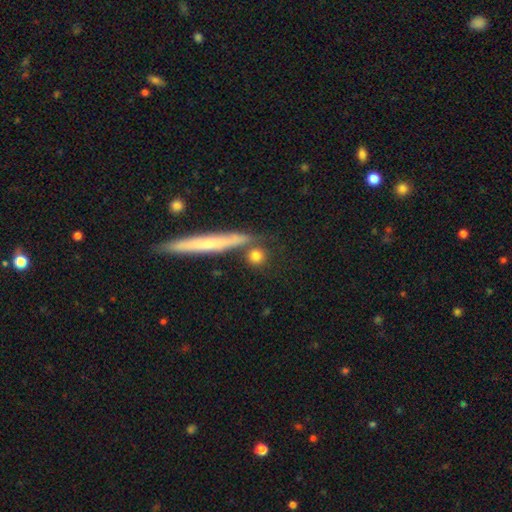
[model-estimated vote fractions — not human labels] Q: Smooth or featured?
A: smooth (79%); runner-up: featured or disk (12%)
Q: How rounded?
A: round (77%); runner-up: cigar-shaped (14%)
Q: Merging?
A: none (74%); runner-up: merger (13%)